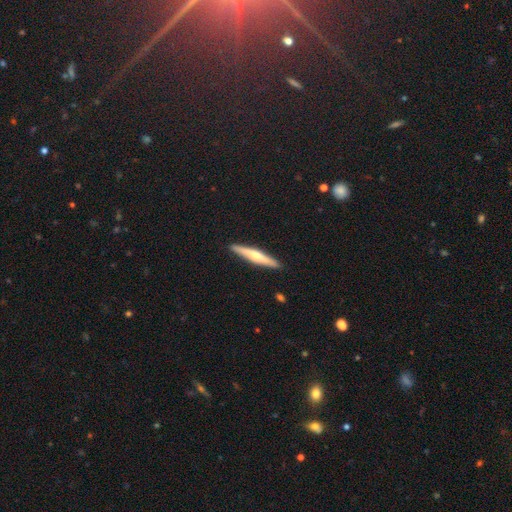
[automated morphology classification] smooth_or_featured: featured or disk (p=0.55) [alt: smooth p=0.40]
disk_edge_on: yes (p=0.96) [alt: no p=0.04]
edge_on_bulge: rounded (p=0.83) [alt: none p=0.13]
merging: none (p=0.91) [alt: minor disturbance p=0.06]